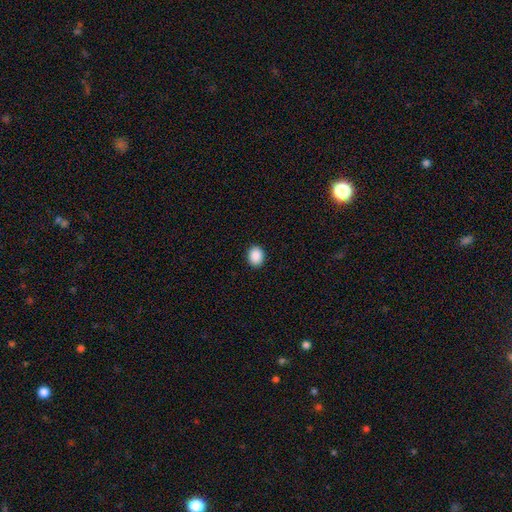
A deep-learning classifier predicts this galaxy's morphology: Smooth or featured? smooth (90%)
How rounded? round (53%)
Merging? none (91%)